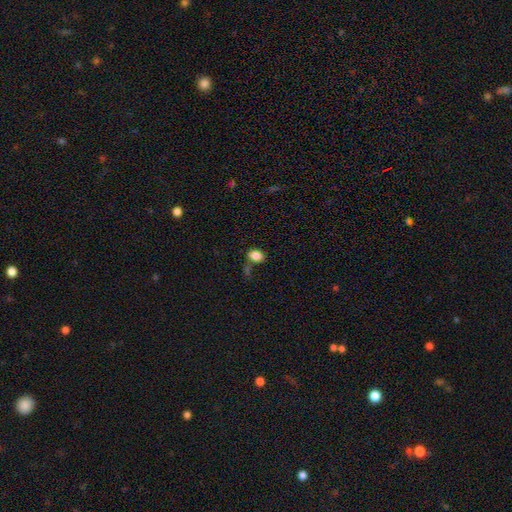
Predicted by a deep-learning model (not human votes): smooth-or-featured: smooth: 84% | star or artifact: 10% | featured or disk: 6%
  how-rounded: in between: 64% | round: 35% | cigar-shaped: 1%
  merging: none: 61% | minor disturbance: 18% | merger: 13% | major disturbance: 8%